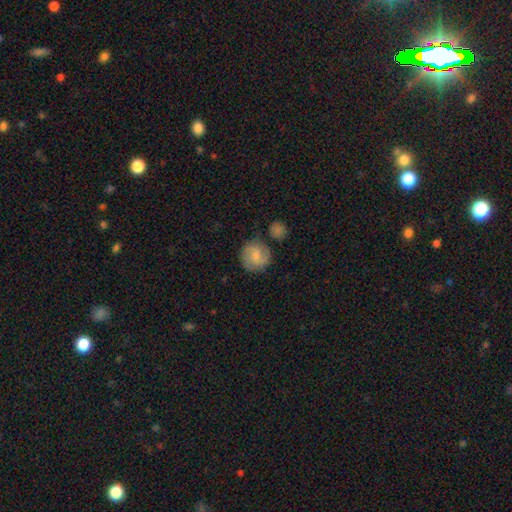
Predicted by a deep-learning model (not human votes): Smooth or featured? Predicted: smooth (p=0.55). How rounded? Predicted: round (p=0.89). Merging? Predicted: none (p=0.75).